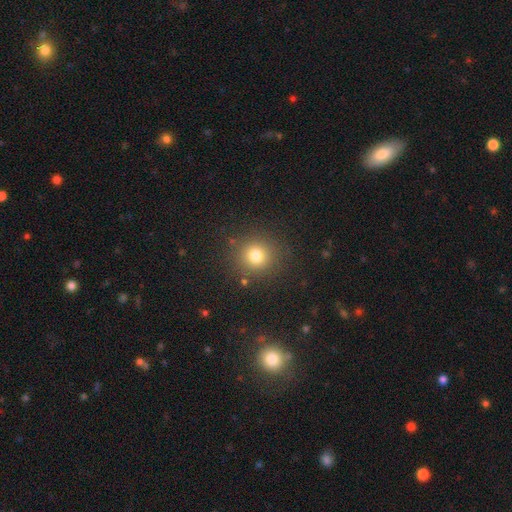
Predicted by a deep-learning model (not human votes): This is likely a smooth galaxy (77%). How rounded: clearly round (91%). Merging: clearly none (87%).